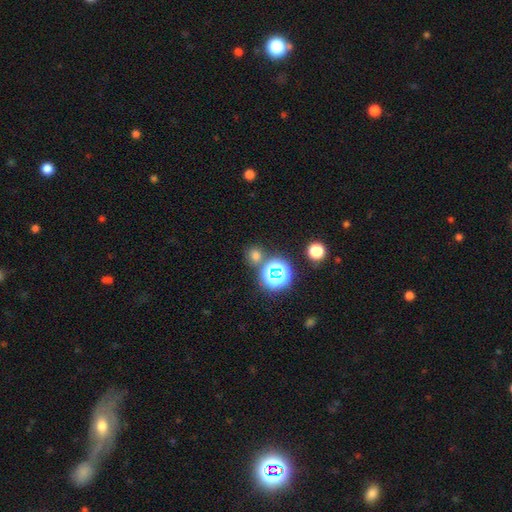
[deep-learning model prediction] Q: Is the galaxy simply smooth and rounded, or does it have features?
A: smooth — 63%.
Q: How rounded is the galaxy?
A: round — 81%.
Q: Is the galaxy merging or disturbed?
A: none — 76%.